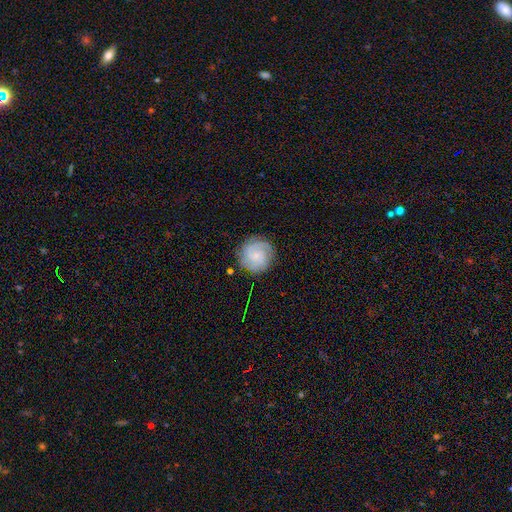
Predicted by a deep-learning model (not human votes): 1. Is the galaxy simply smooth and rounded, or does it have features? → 76% featured or disk, 18% smooth, 6% star or artifact.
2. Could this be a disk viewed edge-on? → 98% no, 2% yes.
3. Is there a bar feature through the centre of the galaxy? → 60% no, 35% weak, 5% strong.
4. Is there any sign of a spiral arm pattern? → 96% yes, 4% no.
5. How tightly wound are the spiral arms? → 61% tight, 32% medium, 7% loose.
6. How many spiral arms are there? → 42% 2, 25% 3, 18% can't tell, 6% 4, 5% 1, 4% more than 4.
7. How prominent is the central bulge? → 73% small, 15% moderate, 10% none, 1% large, 1% dominant.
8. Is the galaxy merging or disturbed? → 83% none, 12% minor disturbance, 4% major disturbance, 2% merger.